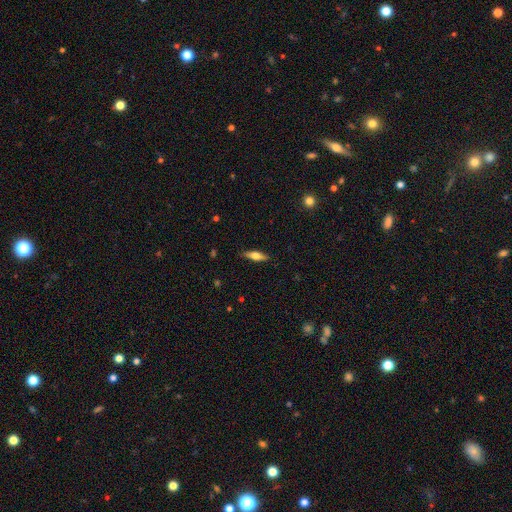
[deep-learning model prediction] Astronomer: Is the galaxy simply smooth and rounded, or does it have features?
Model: featured or disk — 48% (runner-up: smooth, 45%).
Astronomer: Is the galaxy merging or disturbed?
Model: none — 88%.